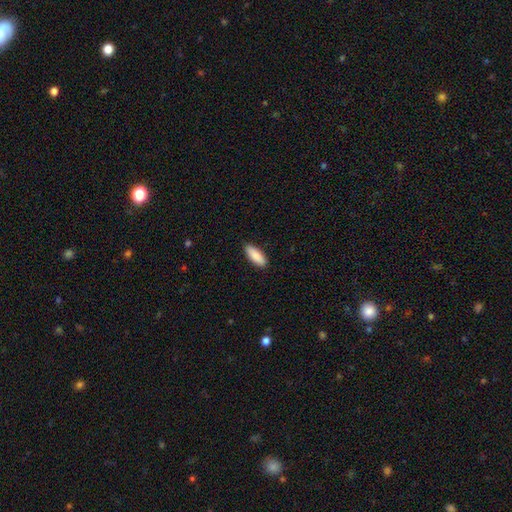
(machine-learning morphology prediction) A smooth galaxy with no disk features (89%) that is in between round and cigar-shaped (69%). Merging: none (88%).